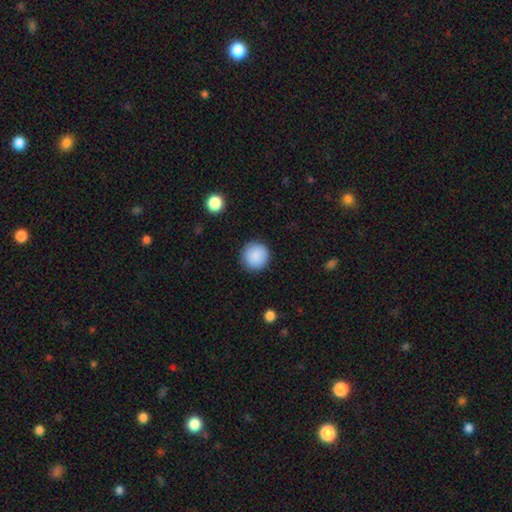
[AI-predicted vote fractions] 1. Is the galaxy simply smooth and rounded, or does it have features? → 89% smooth, 8% star or artifact, 3% featured or disk.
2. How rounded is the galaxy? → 95% round, 4% in between, 1% cigar-shaped.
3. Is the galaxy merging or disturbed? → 90% none, 6% minor disturbance, 2% major disturbance, 1% merger.